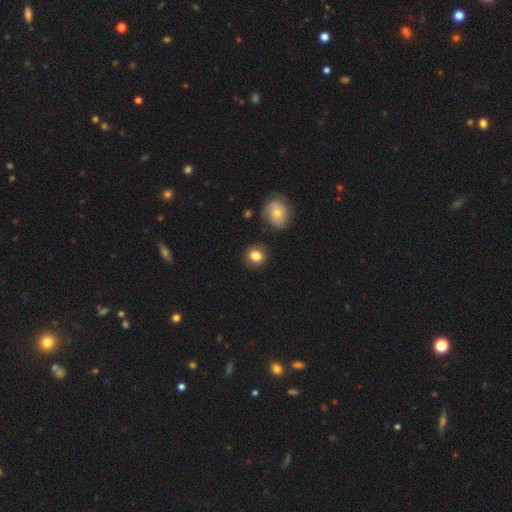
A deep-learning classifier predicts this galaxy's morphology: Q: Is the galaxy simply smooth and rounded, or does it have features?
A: smooth — 83%.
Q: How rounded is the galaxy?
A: round — 86%.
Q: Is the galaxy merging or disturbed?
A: none — 86%.